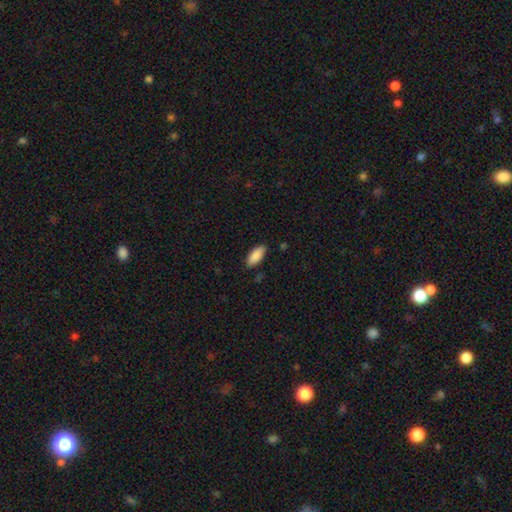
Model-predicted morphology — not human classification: Smooth or featured? Predicted: smooth (p=0.89). How rounded? Predicted: in between (p=0.84). Merging? Predicted: none (p=0.85).